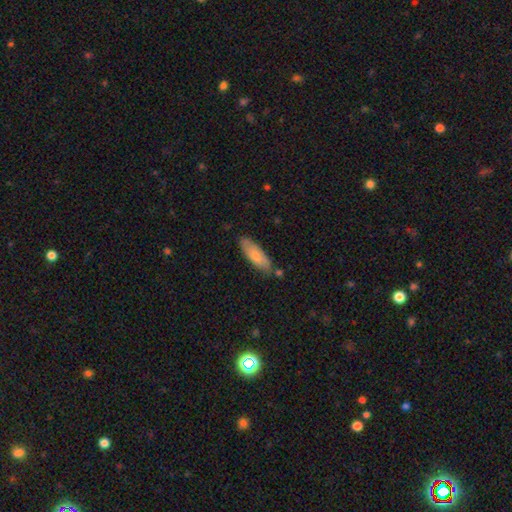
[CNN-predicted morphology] A smooth galaxy with no disk features (77%) that is in between round and cigar-shaped (58%).

Vote fractions:
- Smooth or featured? smooth: 77% / featured or disk: 17% / star or artifact: 6%
- How rounded? in between: 58% / cigar-shaped: 40% / round: 2%
- Merging? none: 74% / minor disturbance: 18% / merger: 5% / major disturbance: 3%